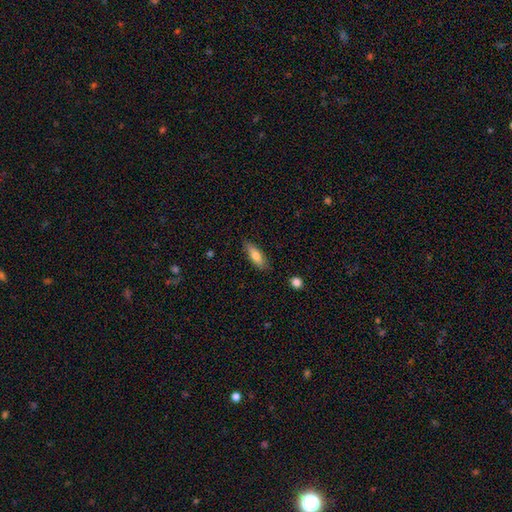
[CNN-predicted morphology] Q: Smooth or featured?
A: smooth (76%); runner-up: featured or disk (17%)
Q: How rounded?
A: in between (59%); runner-up: cigar-shaped (39%)
Q: Merging?
A: none (84%); runner-up: minor disturbance (12%)